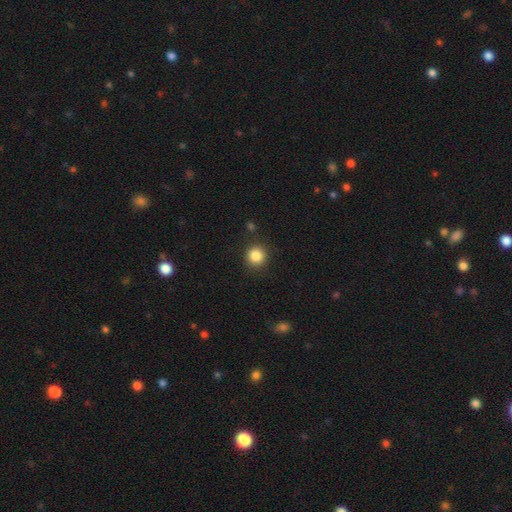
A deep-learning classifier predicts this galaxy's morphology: Smooth or featured?
  - smooth: 85% *
  - star or artifact: 11%
  - featured or disk: 4%
How rounded?
  - round: 92% *
  - in between: 7%
  - cigar-shaped: 1%
Merging?
  - none: 87% *
  - minor disturbance: 8%
  - major disturbance: 3%
  - merger: 2%